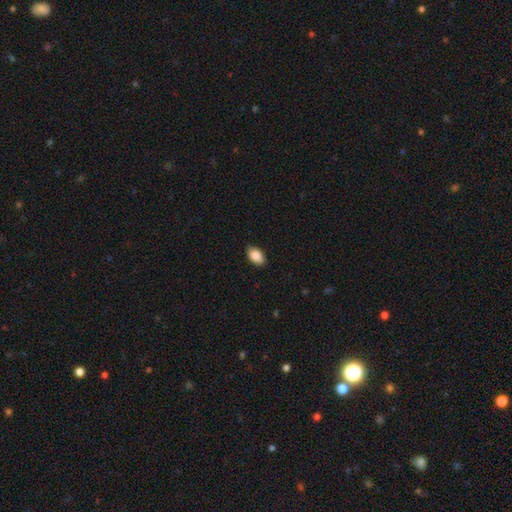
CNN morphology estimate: A smooth galaxy with no disk features (88%) that is in between round and cigar-shaped (92%).

Vote fractions:
- Smooth or featured? smooth: 88% / star or artifact: 7% / featured or disk: 5%
- How rounded? in between: 92% / round: 7% / cigar-shaped: 2%
- Merging? none: 86% / minor disturbance: 11% / major disturbance: 2% / merger: 1%